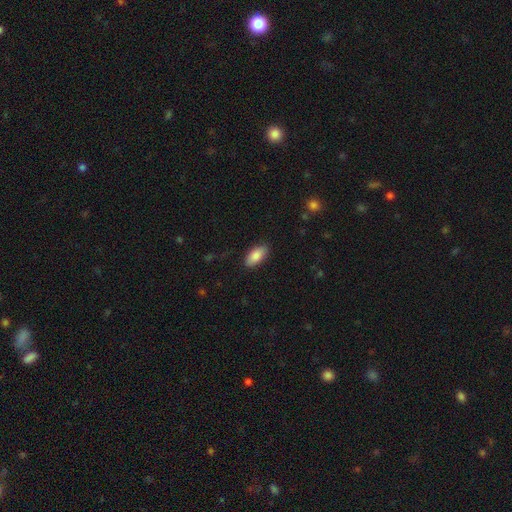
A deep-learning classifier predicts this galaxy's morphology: smooth-or-featured: smooth: 86% | featured or disk: 8% | star or artifact: 6%
  how-rounded: in between: 91% | cigar-shaped: 6% | round: 2%
  merging: none: 87% | minor disturbance: 10% | major disturbance: 2% | merger: 1%